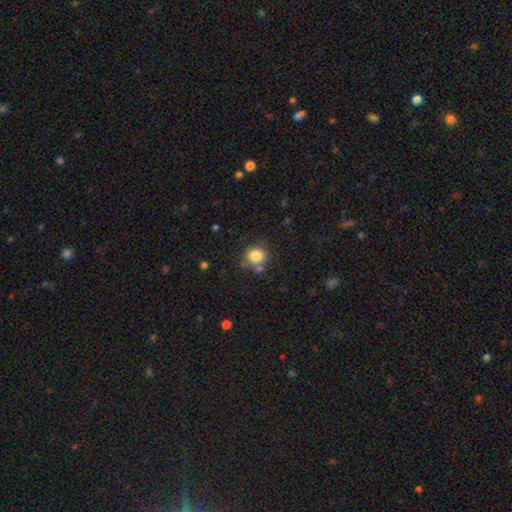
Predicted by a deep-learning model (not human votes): Smooth or featured: smooth — 82% (star or artifact — 11%)
How rounded: round — 88% (in between — 11%)
Merging: none — 71% (minor disturbance — 13%)